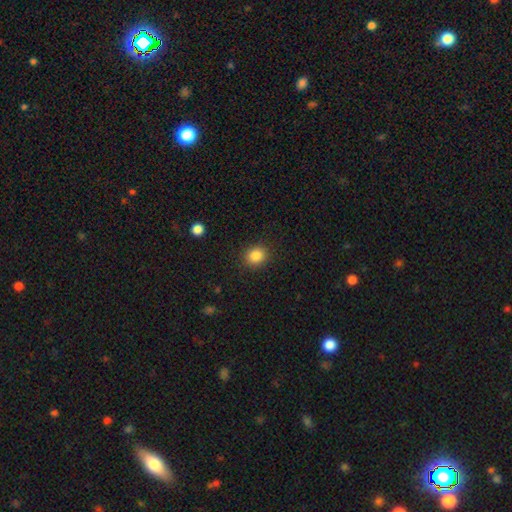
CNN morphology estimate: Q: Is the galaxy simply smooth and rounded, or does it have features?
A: smooth — 85%.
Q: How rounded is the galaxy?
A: round — 75%.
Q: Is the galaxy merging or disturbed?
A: none — 89%.